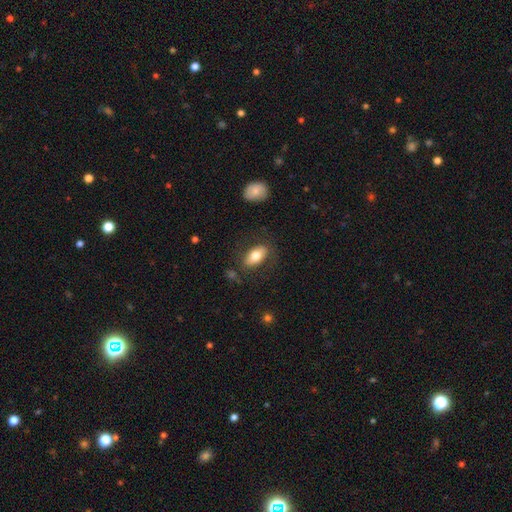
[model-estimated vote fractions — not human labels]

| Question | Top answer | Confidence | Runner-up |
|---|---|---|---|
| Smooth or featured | smooth | 72% | featured or disk (22%) |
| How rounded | in between | 89% | cigar-shaped (6%) |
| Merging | none | 80% | minor disturbance (13%) |